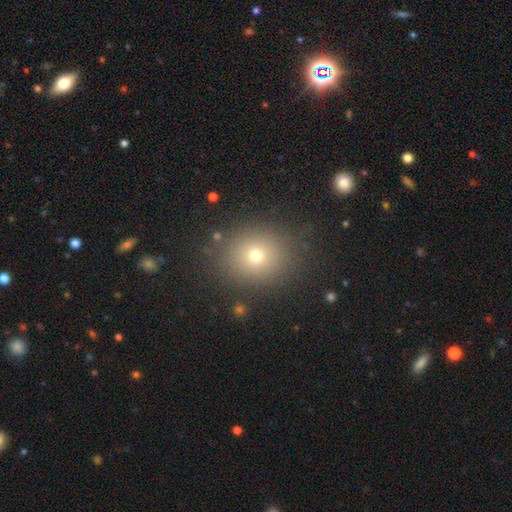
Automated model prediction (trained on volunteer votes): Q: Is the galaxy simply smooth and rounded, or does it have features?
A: smooth — 69%.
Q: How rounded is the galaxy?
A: round — 76%.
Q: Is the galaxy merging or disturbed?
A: none — 85%.